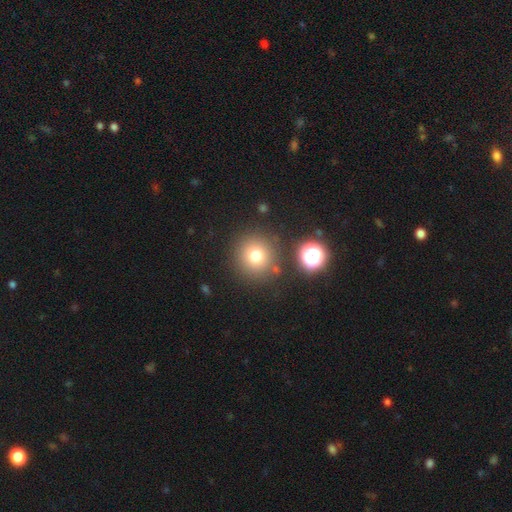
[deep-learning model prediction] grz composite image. It shows a smooth galaxy with no disk features (75%) that is round (94%). Merging: none (84%).